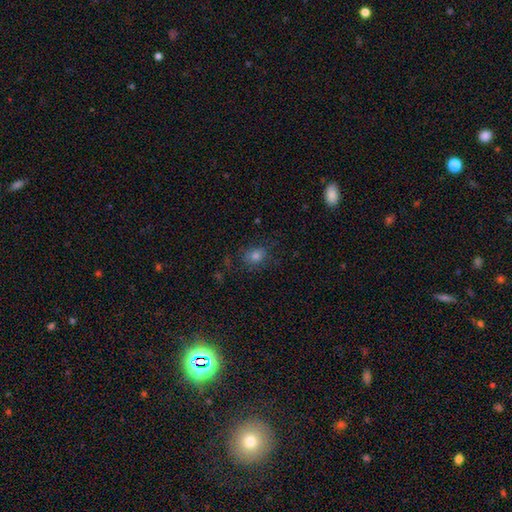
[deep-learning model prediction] Smooth or featured? Predicted: smooth (p=0.63). How rounded? Predicted: round (p=0.55). Merging? Predicted: none (p=0.75).